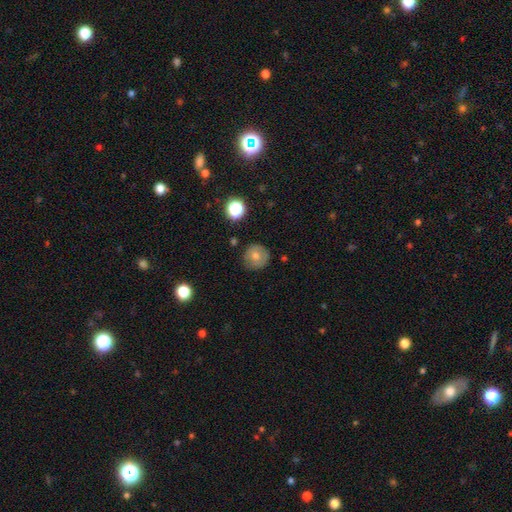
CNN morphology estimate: Smooth or featured? Predicted: smooth (p=0.64). How rounded? Predicted: round (p=0.93). Merging? Predicted: none (p=0.84).